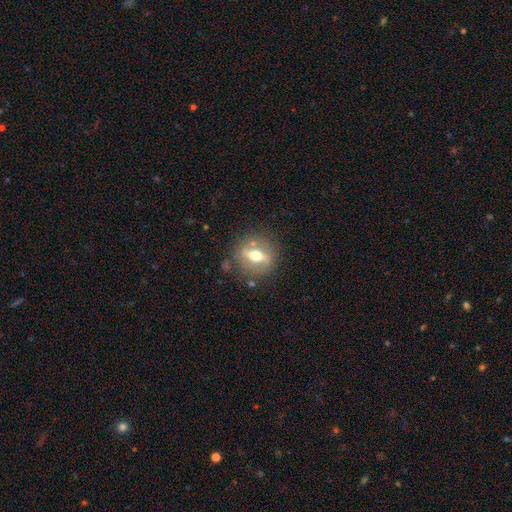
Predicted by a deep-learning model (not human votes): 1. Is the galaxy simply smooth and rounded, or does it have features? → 61% featured or disk, 31% smooth, 8% star or artifact.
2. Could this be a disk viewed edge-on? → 69% no, 31% yes.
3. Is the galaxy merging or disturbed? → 79% none, 13% minor disturbance, 6% major disturbance, 3% merger.